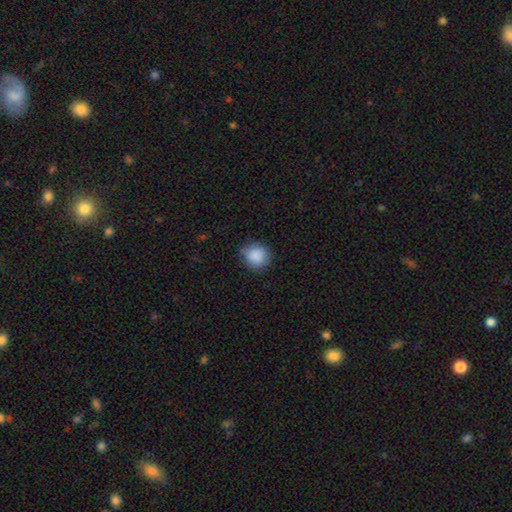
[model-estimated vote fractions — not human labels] Smooth or featured?
  - smooth: 88% *
  - star or artifact: 9%
  - featured or disk: 3%
How rounded?
  - round: 88% *
  - in between: 11%
  - cigar-shaped: 1%
Merging?
  - none: 84% *
  - minor disturbance: 12%
  - major disturbance: 3%
  - merger: 1%